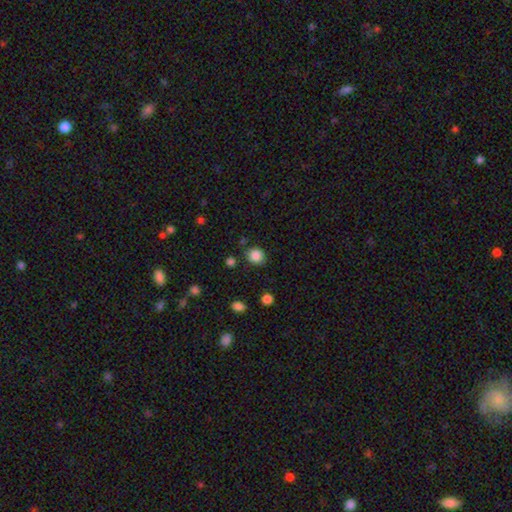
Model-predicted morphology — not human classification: smooth 85%, star or artifact 10%, featured or disk 4%. Down the decision tree: how rounded — round (81%); merging — none (80%).